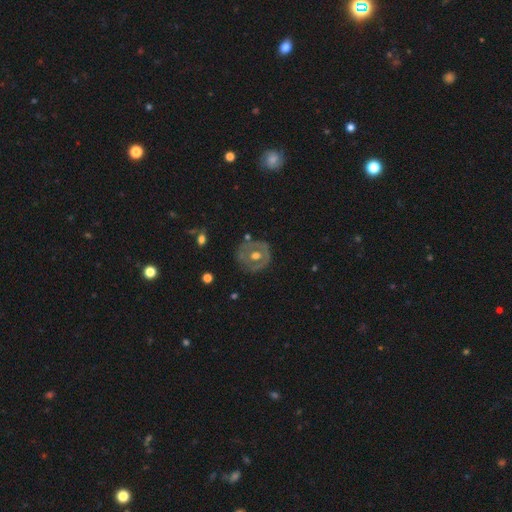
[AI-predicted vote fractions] A featured or disk galaxy (58%) with no bar (77%), no spiral arms (83%) and a moderate central bulge (77%).

Vote fractions:
- Smooth or featured? featured or disk: 58% / smooth: 35% / star or artifact: 7%
- Edge-on disk? no: 95% / yes: 5%
- Bar? no: 77% / weak: 17% / strong: 6%
- Spiral arms? no: 83% / yes: 17%
- Bulge size? moderate: 77% / large: 13% / small: 8% / none: 1% / dominant: 1%
- Merging? none: 77% / minor disturbance: 16% / major disturbance: 5% / merger: 2%